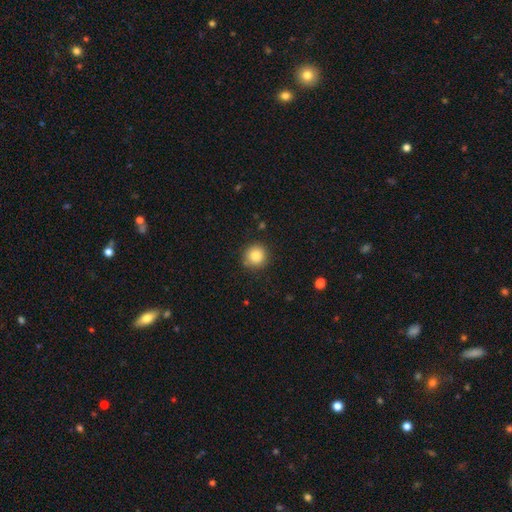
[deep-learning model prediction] Smooth or featured? smooth (85%)
How rounded? round (93%)
Merging? none (87%)